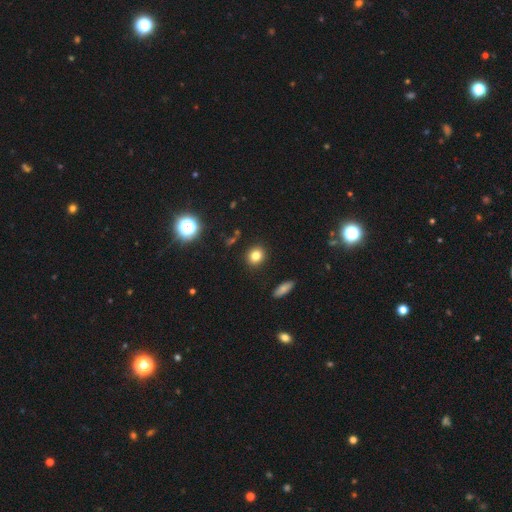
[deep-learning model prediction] This is clearly a smooth galaxy (81%). How rounded: likely round (76%). Merging: clearly none (90%).